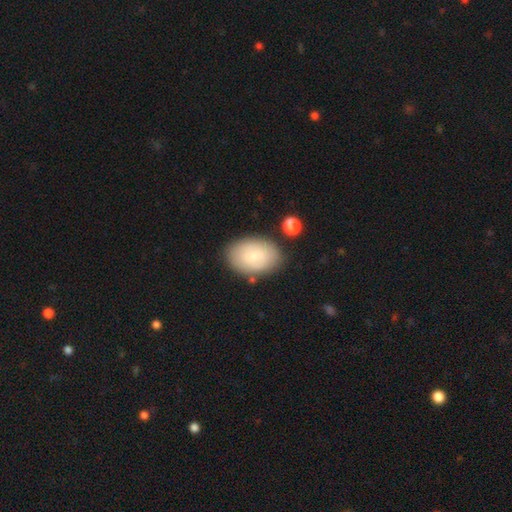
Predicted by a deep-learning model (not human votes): Smooth or featured?
  - smooth: 65% *
  - featured or disk: 28%
  - star or artifact: 6%
How rounded?
  - in between: 89% *
  - round: 10%
  - cigar-shaped: 1%
Merging?
  - none: 77% *
  - minor disturbance: 14%
  - merger: 5%
  - major disturbance: 4%